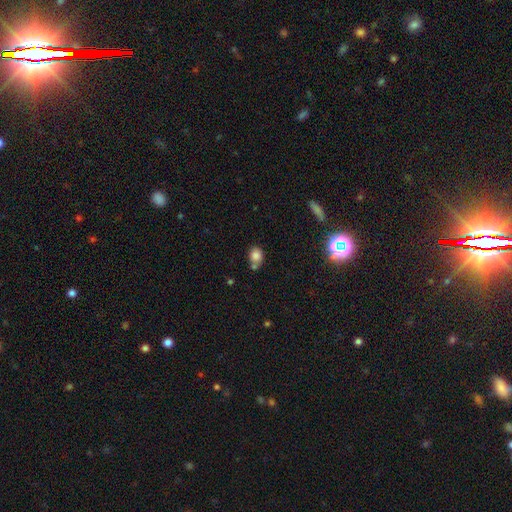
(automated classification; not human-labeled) Overall: smooth (82%). How rounded: round (63%; in between 36%). Merging: none (54%; merger 25%).